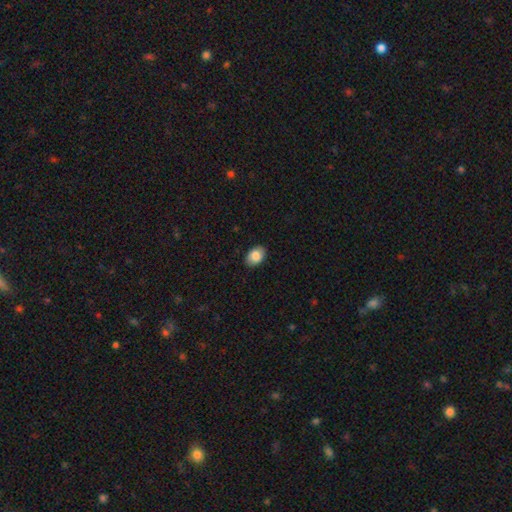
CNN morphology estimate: type=smooth (83%); roundness=in between (84%); merging=none (87%).